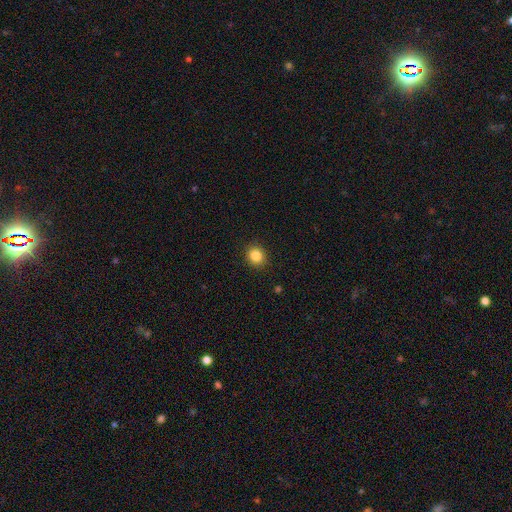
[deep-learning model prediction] Smooth or featured?
  - smooth: 85% *
  - star or artifact: 11%
  - featured or disk: 5%
How rounded?
  - round: 79% *
  - in between: 20%
  - cigar-shaped: 1%
Merging?
  - none: 91% *
  - minor disturbance: 6%
  - major disturbance: 2%
  - merger: 1%